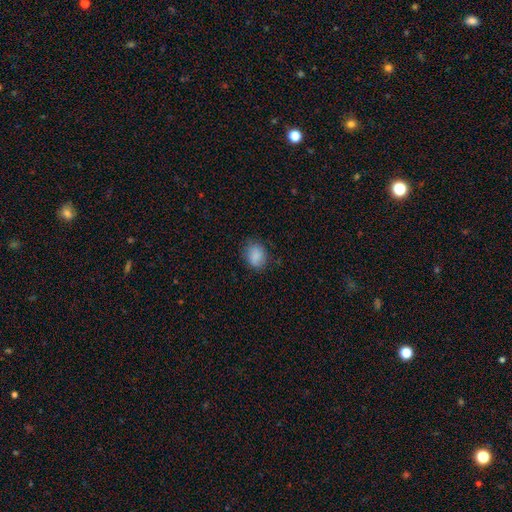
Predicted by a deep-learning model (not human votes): A smooth galaxy with no disk features (86%) that is in between round and cigar-shaped (51%). Merging: none (77%).